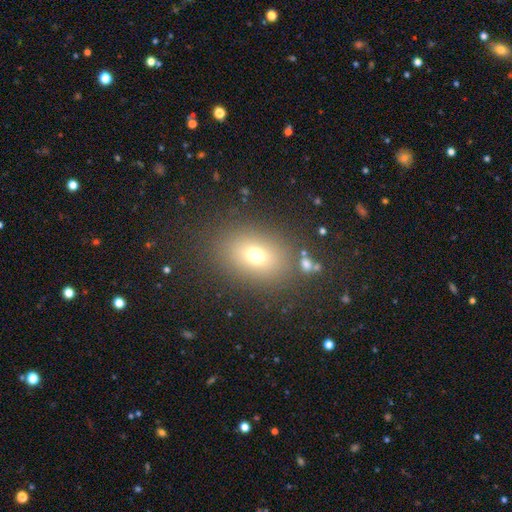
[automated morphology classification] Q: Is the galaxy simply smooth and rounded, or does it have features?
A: smooth — 70%.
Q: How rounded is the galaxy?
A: in between — 66%.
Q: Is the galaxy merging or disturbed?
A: none — 83%.